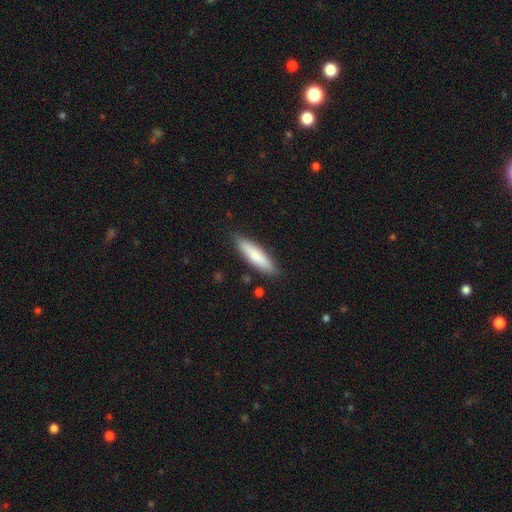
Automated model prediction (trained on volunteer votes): Overall: smooth (76%). How rounded: cigar-shaped (73%). Merging: none (86%).